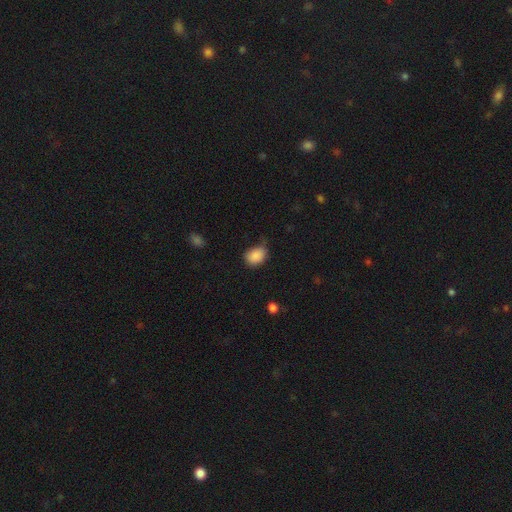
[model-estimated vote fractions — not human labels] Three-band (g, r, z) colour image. It shows a smooth galaxy with no disk features (87%) that is in between round and cigar-shaped (65%). Merging: none (62%).